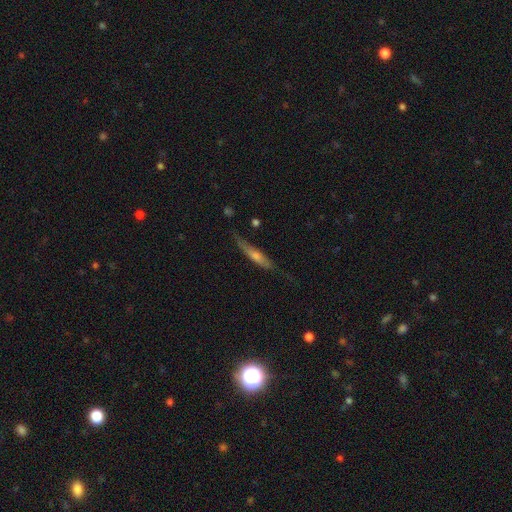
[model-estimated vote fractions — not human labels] Morphology: type=featured or disk (52%); edge-on=yes (89%); merging=none (68%).